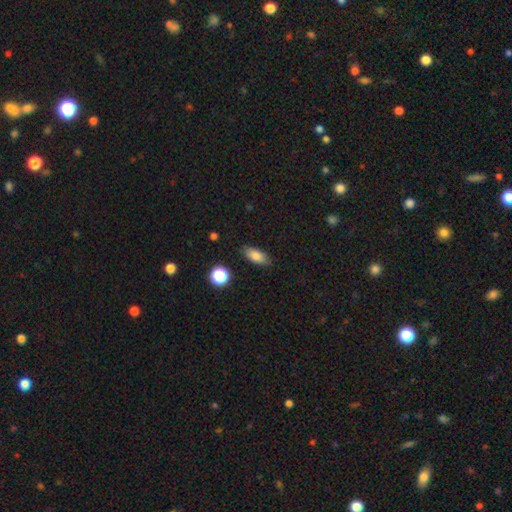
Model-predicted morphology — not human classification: smooth_or_featured: smooth (p=0.82) [alt: star or artifact p=0.09]
how_rounded: in between (p=0.82) [alt: cigar-shaped p=0.13]
merging: none (p=0.85) [alt: minor disturbance p=0.11]